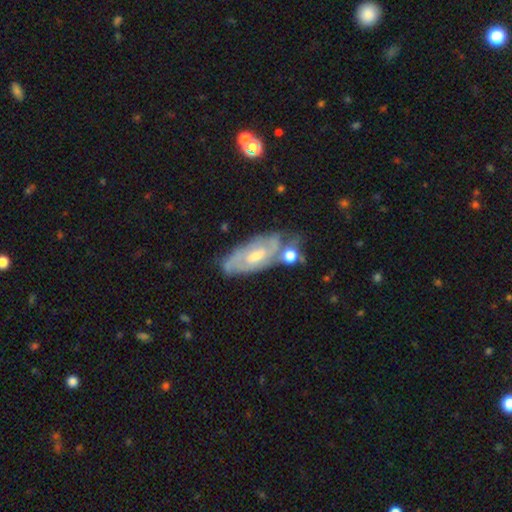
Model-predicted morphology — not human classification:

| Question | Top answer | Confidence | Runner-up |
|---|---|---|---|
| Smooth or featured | featured or disk | 76% | smooth (17%) |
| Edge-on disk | no | 89% | yes (11%) |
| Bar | no | 45% | tied: weak (45%) |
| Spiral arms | yes | 89% | no (11%) |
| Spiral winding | tight | 54% | medium (36%) |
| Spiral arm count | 2 | 39% | can't tell (38%) |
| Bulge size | moderate | 53% | small (39%) |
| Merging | none | 59% | minor disturbance (20%) |